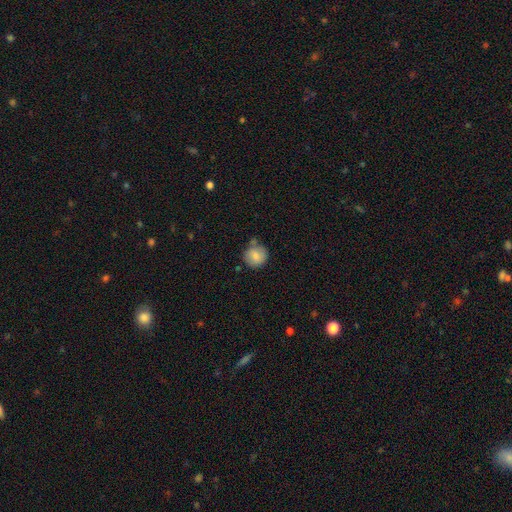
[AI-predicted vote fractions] smooth-or-featured: smooth: 80% | featured or disk: 12% | star or artifact: 8%
  how-rounded: round: 88% | in between: 11% | cigar-shaped: 1%
  merging: none: 68% | minor disturbance: 18% | merger: 10% | major disturbance: 4%